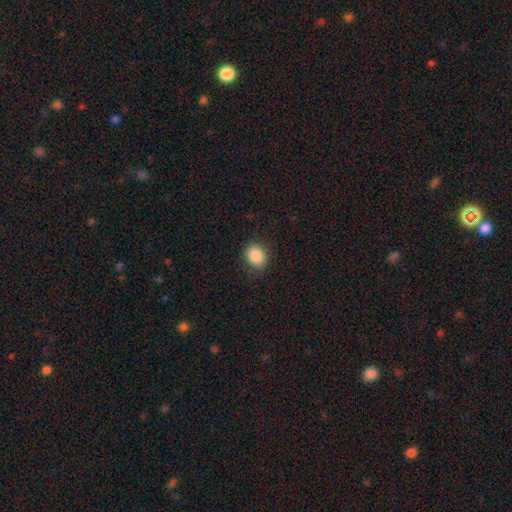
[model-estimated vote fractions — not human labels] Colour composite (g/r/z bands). It shows a smooth galaxy with no disk features (87%) that is round (66%). Merging: none (87%).